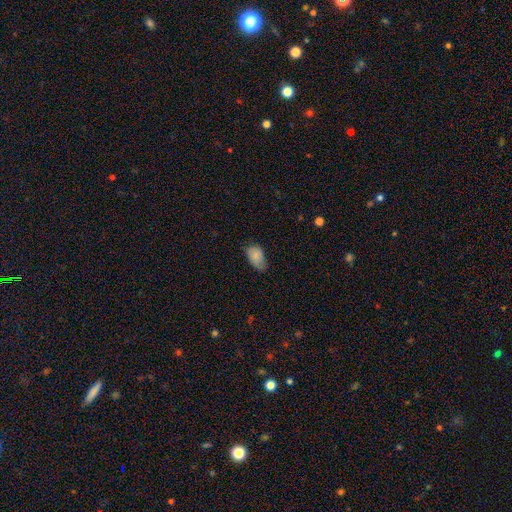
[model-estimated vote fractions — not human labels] Q: Smooth or featured?
A: smooth (84%); runner-up: featured or disk (9%)
Q: How rounded?
A: in between (91%); runner-up: round (8%)
Q: Merging?
A: none (49%); runner-up: minor disturbance (40%)